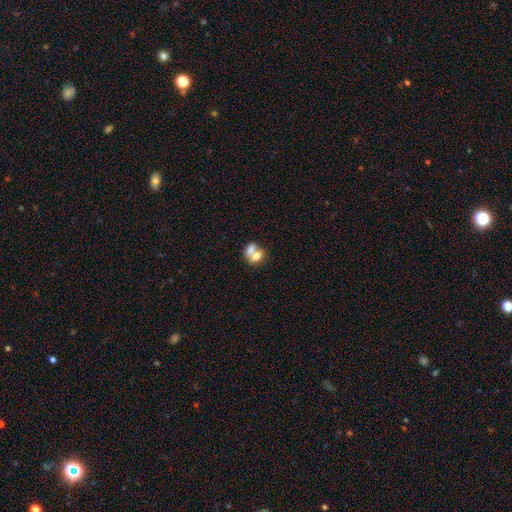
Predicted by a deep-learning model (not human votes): A smooth galaxy with no disk features (69%) that is in between round and cigar-shaped (57%). Merging: merger (69%).